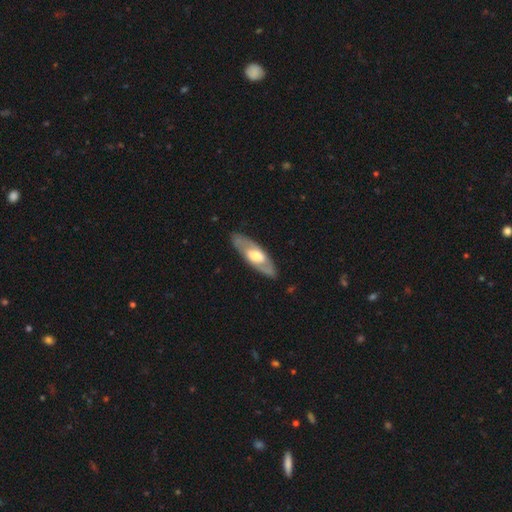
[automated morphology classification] smooth-or-featured: featured or disk: 61% | smooth: 34% | star or artifact: 4%
  disk-edge-on: no: 72% | yes: 28%
  merging: none: 85% | minor disturbance: 11% | major disturbance: 3% | merger: 1%